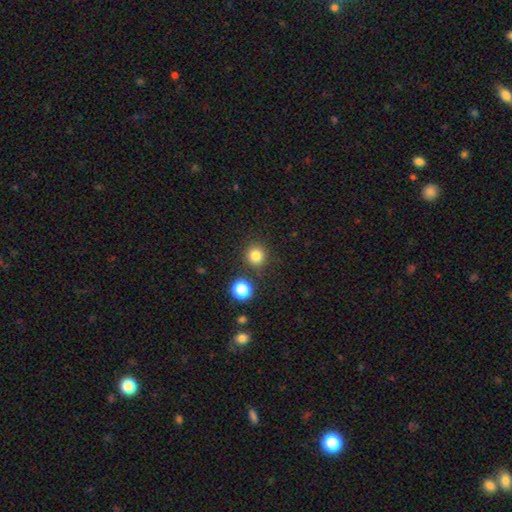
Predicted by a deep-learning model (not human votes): The model was most divided on "smooth or featured": smooth: 82%, star or artifact: 13%, featured or disk: 5%. More confident: how rounded — round (93%); merging — none (86%).